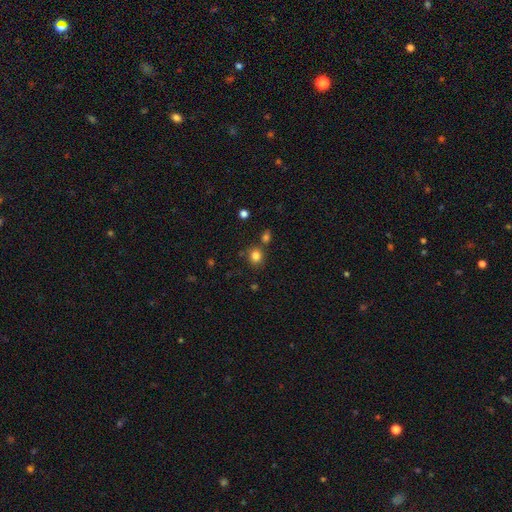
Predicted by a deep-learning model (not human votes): A smooth galaxy with no disk features (81%) that is round (80%).

Vote fractions:
- Smooth or featured? smooth: 81% / star or artifact: 13% / featured or disk: 5%
- How rounded? round: 80% / in between: 19% / cigar-shaped: 1%
- Merging? none: 73% / merger: 12% / minor disturbance: 11% / major disturbance: 4%